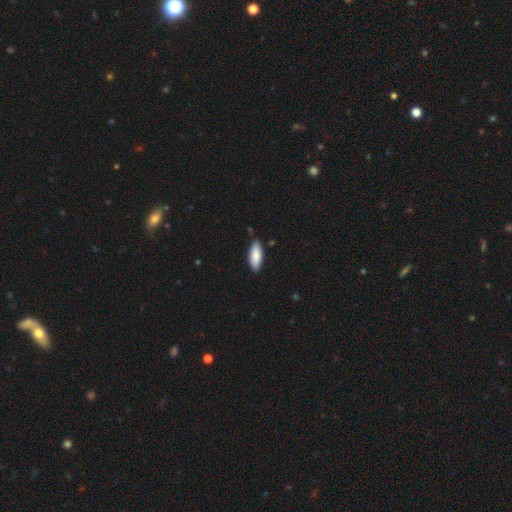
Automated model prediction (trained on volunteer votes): smooth-or-featured: smooth: 87% | featured or disk: 8% | star or artifact: 6%
  how-rounded: in between: 75% | cigar-shaped: 24% | round: 2%
  merging: none: 82% | minor disturbance: 14% | major disturbance: 2% | merger: 2%